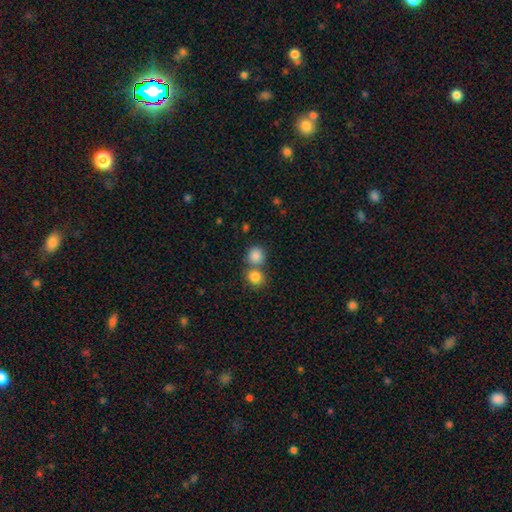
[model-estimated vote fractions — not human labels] smooth 84%, star or artifact 10%, featured or disk 5%. Down the decision tree: how rounded — round (86%); merging — none (54%).